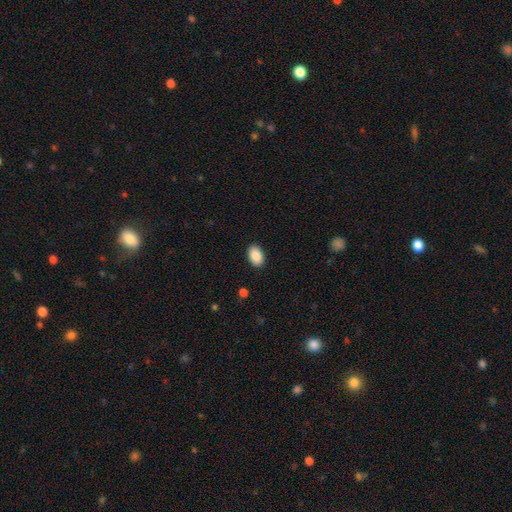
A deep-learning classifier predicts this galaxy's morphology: smooth 89%, star or artifact 7%, featured or disk 4%. Down the decision tree: how rounded — in between (88%); merging — none (90%).